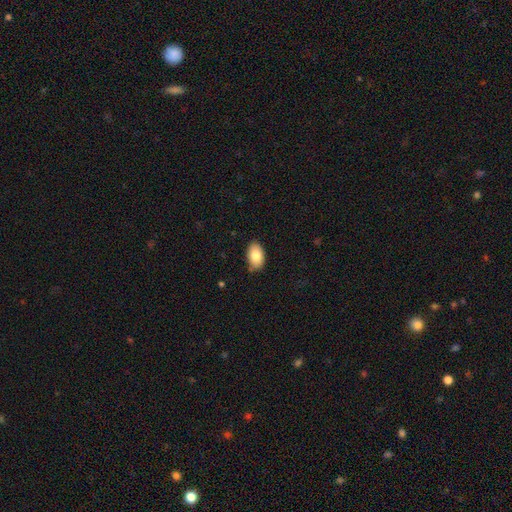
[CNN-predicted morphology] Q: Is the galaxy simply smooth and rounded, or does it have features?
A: smooth — 82%.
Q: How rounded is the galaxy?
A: in between — 92%.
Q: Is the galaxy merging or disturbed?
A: none — 85%.